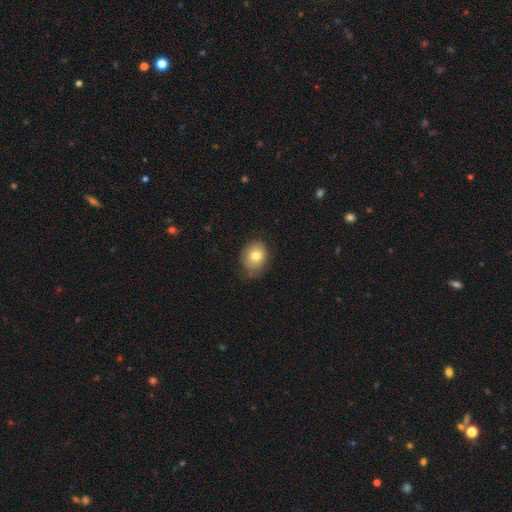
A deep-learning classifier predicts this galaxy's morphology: smooth 78%, featured or disk 13%, star or artifact 10%. Down the decision tree: how rounded — round (50%); merging — none (70%).